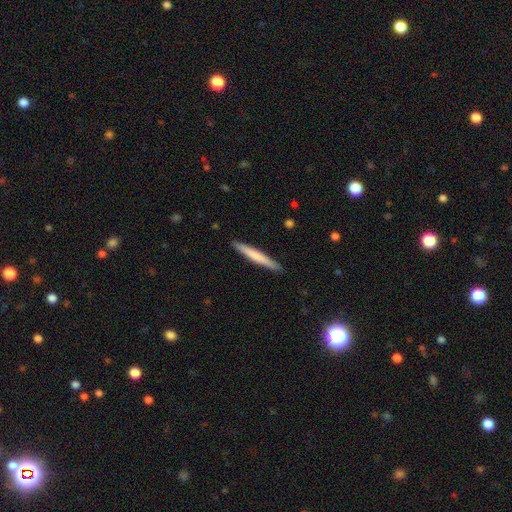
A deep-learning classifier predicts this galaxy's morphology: smooth_or_featured: smooth (p=0.65) [alt: featured or disk p=0.30]
how_rounded: cigar-shaped (p=0.96) [alt: in between p=0.03]
merging: none (p=0.91) [alt: minor disturbance p=0.06]